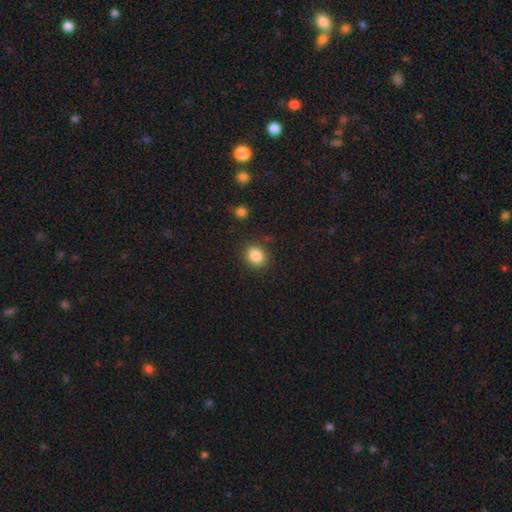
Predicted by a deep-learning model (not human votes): A smooth galaxy with no disk features (85%) that is round (64%). Merging: none (85%).